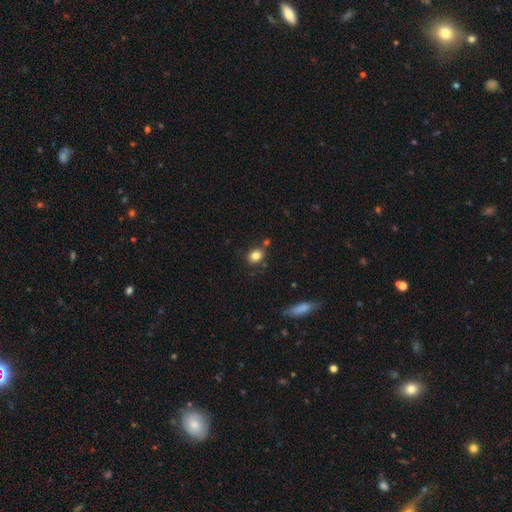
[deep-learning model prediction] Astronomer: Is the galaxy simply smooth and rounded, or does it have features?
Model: smooth — 82%.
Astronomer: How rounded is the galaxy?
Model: round — 54% (runner-up: in between, 44%).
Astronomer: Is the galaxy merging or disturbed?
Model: none — 77%.